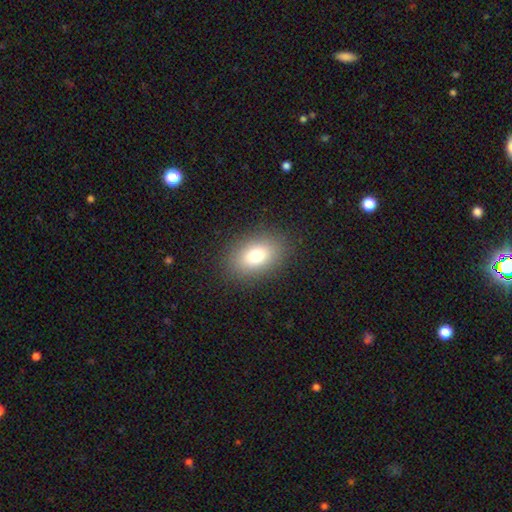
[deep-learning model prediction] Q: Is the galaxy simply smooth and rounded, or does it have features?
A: smooth — 81%.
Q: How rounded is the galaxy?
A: in between — 87%.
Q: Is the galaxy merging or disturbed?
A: none — 87%.